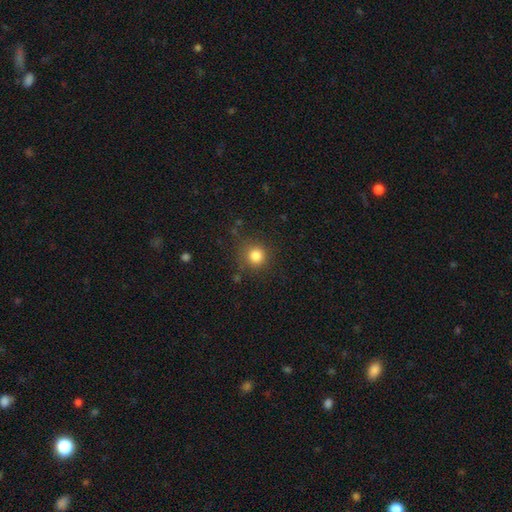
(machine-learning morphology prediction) Q: Smooth or featured?
A: smooth (82%); runner-up: star or artifact (12%)
Q: How rounded?
A: round (92%); runner-up: in between (7%)
Q: Merging?
A: none (83%); runner-up: minor disturbance (10%)